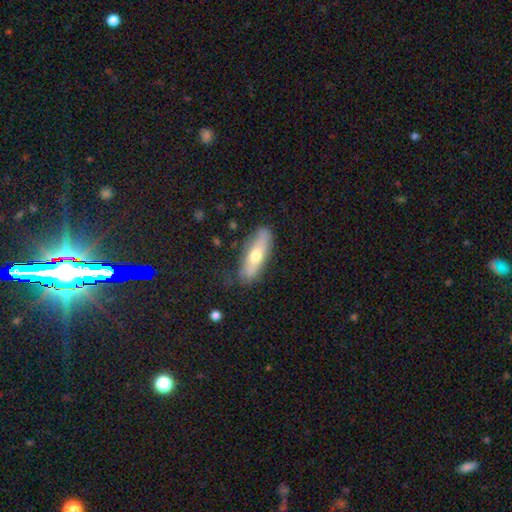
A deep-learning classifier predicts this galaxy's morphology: Q: Smooth or featured?
A: smooth (56%); runner-up: featured or disk (38%)
Q: How rounded?
A: in between (51%); runner-up: cigar-shaped (47%)
Q: Merging?
A: none (77%); runner-up: minor disturbance (17%)